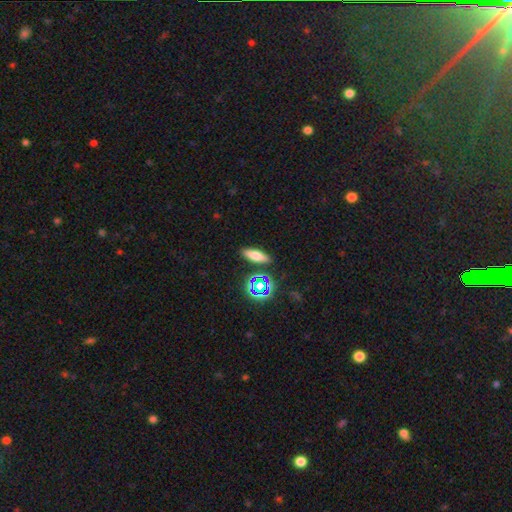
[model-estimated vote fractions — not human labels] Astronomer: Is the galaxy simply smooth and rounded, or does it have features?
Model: smooth — 65%.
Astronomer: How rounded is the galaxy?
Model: cigar-shaped — 48% (runner-up: in between, 42%).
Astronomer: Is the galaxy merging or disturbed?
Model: none — 85%.